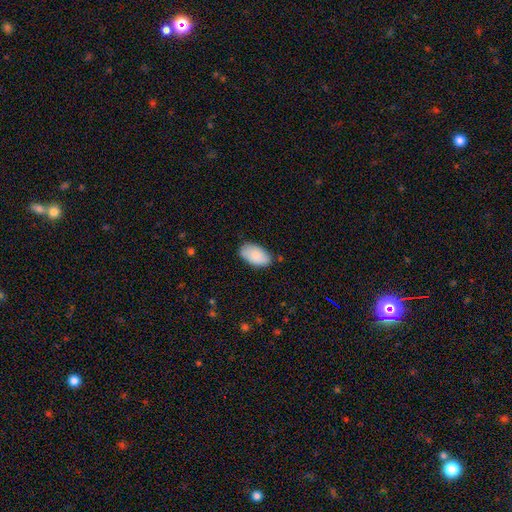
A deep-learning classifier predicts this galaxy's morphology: A smooth galaxy with no disk features (87%) that is in between round and cigar-shaped (95%). Merging: none (77%).